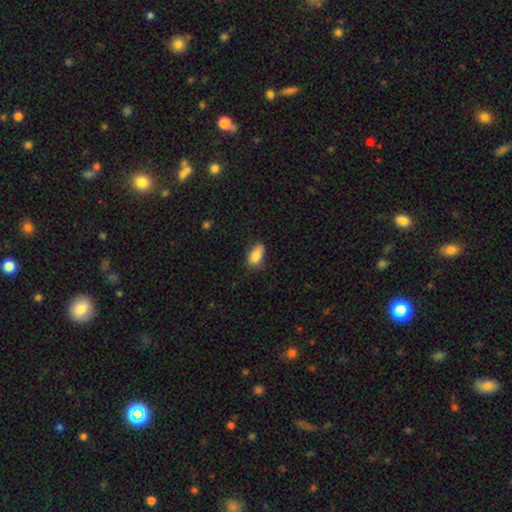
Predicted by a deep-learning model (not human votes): smooth-or-featured: smooth: 87% | star or artifact: 8% | featured or disk: 5%
  how-rounded: in between: 90% | round: 7% | cigar-shaped: 3%
  merging: none: 69% | minor disturbance: 25% | major disturbance: 4% | merger: 1%